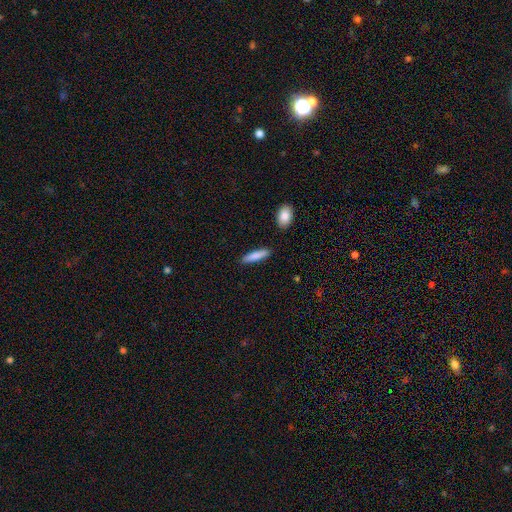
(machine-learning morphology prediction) A smooth galaxy with no disk features (82%) that is cigar-shaped (78%).

Vote fractions:
- Smooth or featured? smooth: 82% / featured or disk: 12% / star or artifact: 6%
- How rounded? cigar-shaped: 78% / in between: 21% / round: 2%
- Merging? none: 88% / minor disturbance: 8% / merger: 2% / major disturbance: 2%